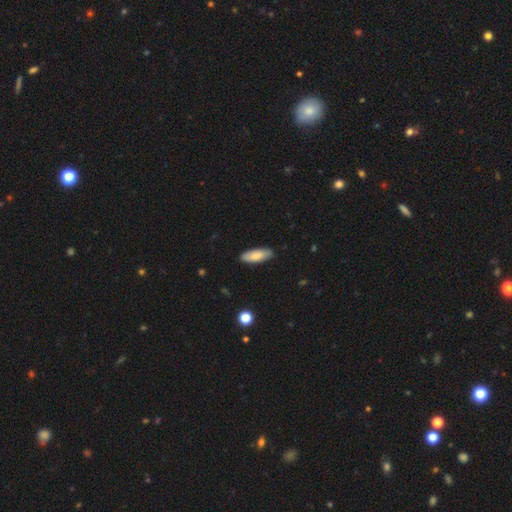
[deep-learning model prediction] The model was most divided on "how rounded": in between: 63%, cigar-shaped: 36%, round: 2%. More confident: merging — none (87%); smooth or featured — smooth (80%).